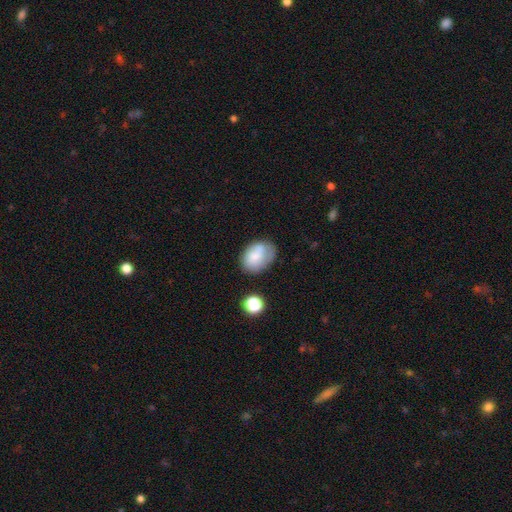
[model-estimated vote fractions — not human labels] This is likely a smooth galaxy (72%). How rounded: likely in between (75%). Merging: possibly none (54%).